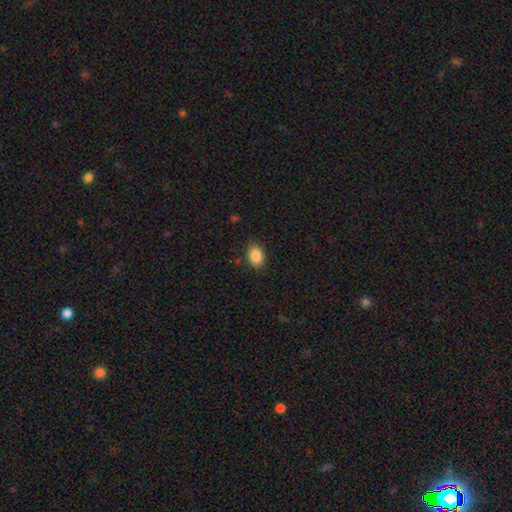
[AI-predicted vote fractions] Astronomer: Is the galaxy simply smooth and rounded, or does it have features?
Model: smooth — 88%.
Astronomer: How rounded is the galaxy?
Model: in between — 73%.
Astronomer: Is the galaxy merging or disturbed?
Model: none — 85%.